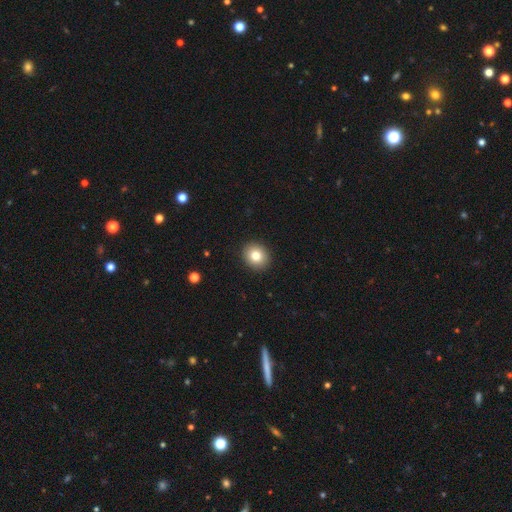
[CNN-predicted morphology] A smooth galaxy with no disk features (81%) that is round (73%). Merging: none (92%).